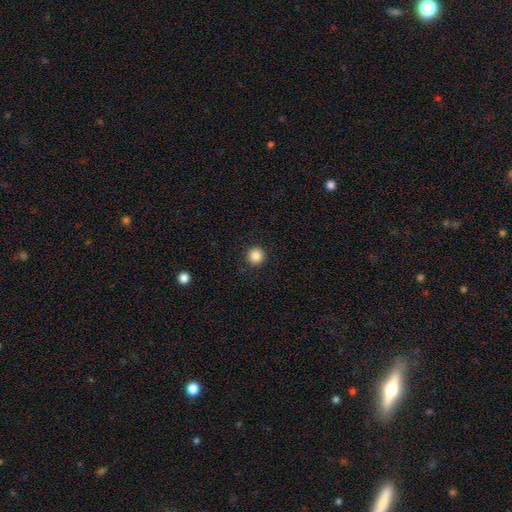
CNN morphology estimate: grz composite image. It shows a smooth galaxy with no disk features (86%) that is round (95%). Merging: none (93%).